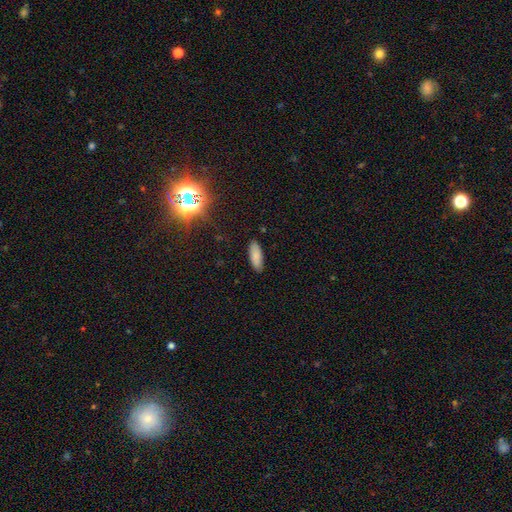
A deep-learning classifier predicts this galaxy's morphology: Smooth or featured? smooth (84%)
How rounded? in between (66%)
Merging? none (88%)